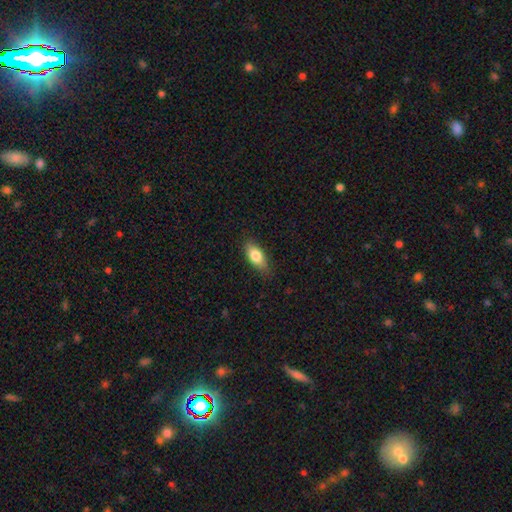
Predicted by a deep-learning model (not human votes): Smooth or featured?
  - smooth: 78% *
  - featured or disk: 15%
  - star or artifact: 7%
How rounded?
  - in between: 84% *
  - cigar-shaped: 12%
  - round: 4%
Merging?
  - none: 82% *
  - minor disturbance: 15%
  - major disturbance: 3%
  - merger: 1%